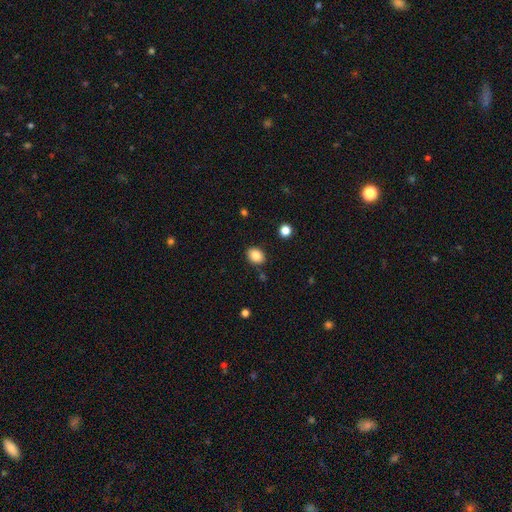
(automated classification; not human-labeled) smooth-or-featured: smooth: 86% | star or artifact: 9% | featured or disk: 5%
  how-rounded: in between: 63% | round: 36% | cigar-shaped: 1%
  merging: none: 84% | minor disturbance: 10% | major disturbance: 3% | merger: 3%